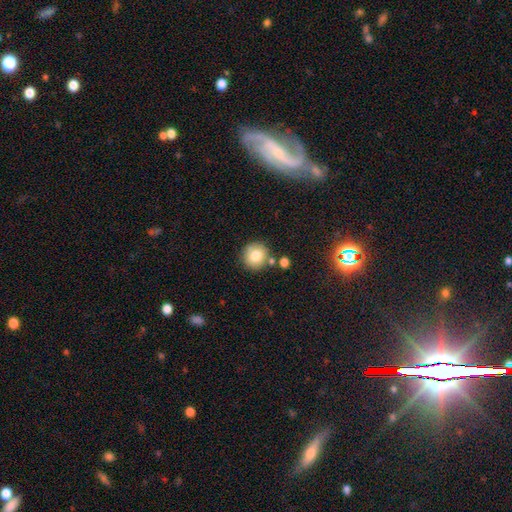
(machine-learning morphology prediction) Smooth or featured: smooth — 78% (featured or disk — 12%)
How rounded: round — 91% (in between — 8%)
Merging: none — 77% (minor disturbance — 11%)